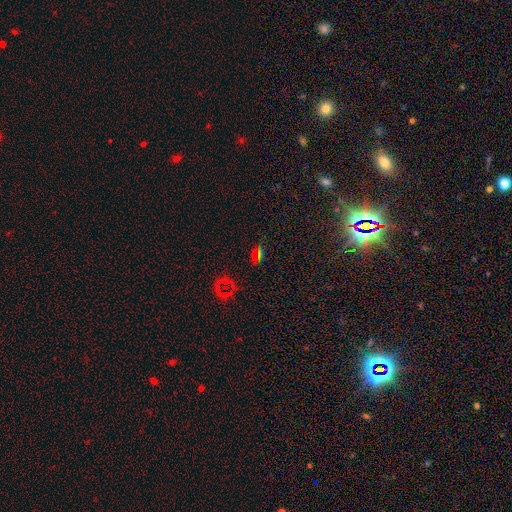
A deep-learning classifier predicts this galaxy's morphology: smooth-or-featured: star or artifact: 58% | smooth: 32% | featured or disk: 10%